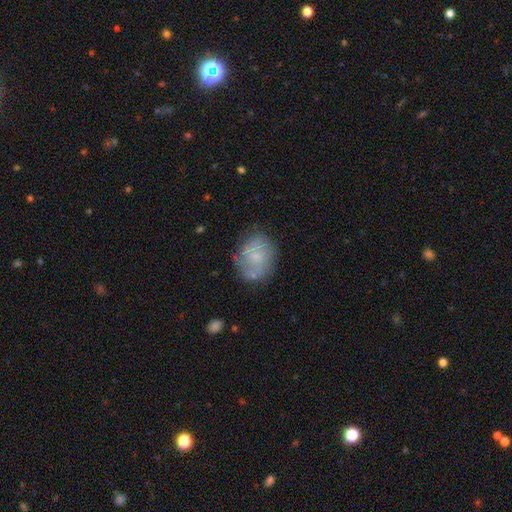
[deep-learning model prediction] This appears to be a smooth galaxy with no disk features (53%) that is round (52%). Merging: none (61%).